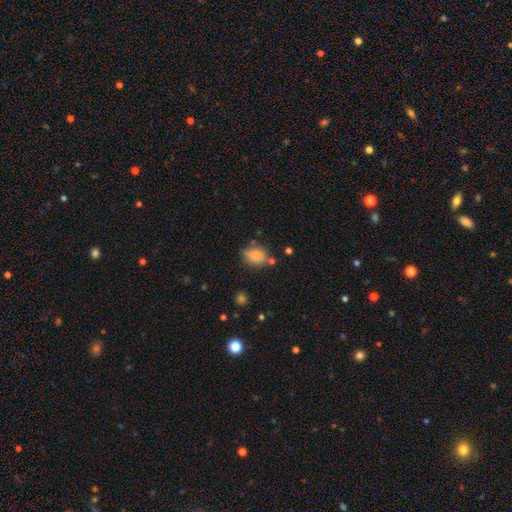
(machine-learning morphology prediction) type=smooth (78%); roundness=in between (64%); merging=none (62%).